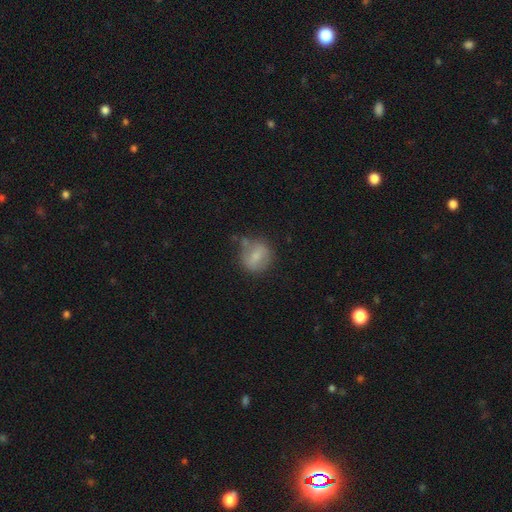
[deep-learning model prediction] Morphology: type=smooth (68%); roundness=round (74%); merging=none (60%).